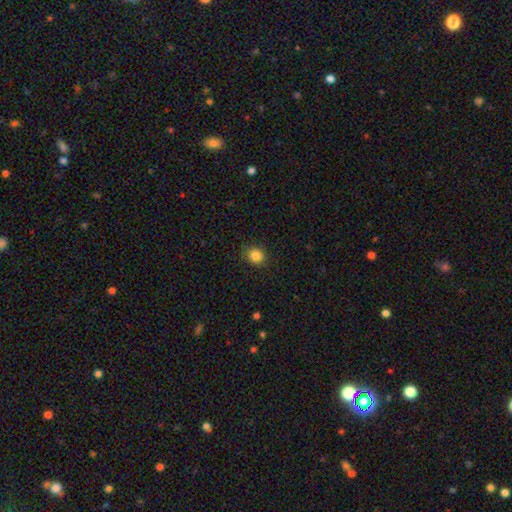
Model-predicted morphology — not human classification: A smooth galaxy with no disk features (85%) that is round (78%).

Vote fractions:
- Smooth or featured? smooth: 85% / star or artifact: 11% / featured or disk: 4%
- How rounded? round: 78% / in between: 21% / cigar-shaped: 1%
- Merging? none: 88% / minor disturbance: 9% / major disturbance: 2% / merger: 1%